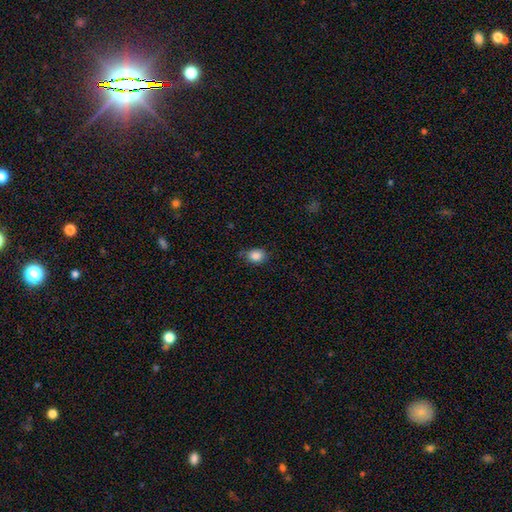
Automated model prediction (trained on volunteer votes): A smooth galaxy with no disk features (87%) that is in between round and cigar-shaped (58%). Merging: none (73%).